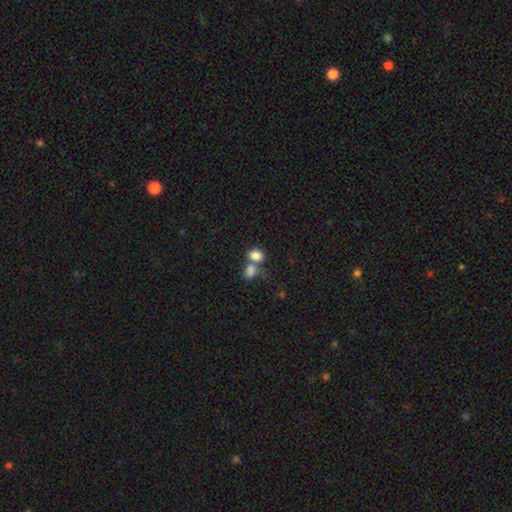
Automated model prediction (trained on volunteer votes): Smooth or featured: smooth — 83% (star or artifact — 10%)
How rounded: in between — 55% (round — 44%)
Merging: merger — 53% (none — 35%)